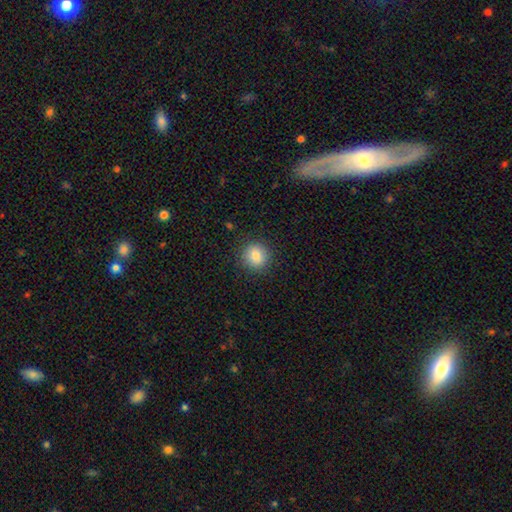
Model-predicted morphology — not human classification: Smooth or featured? smooth (84%)
How rounded? round (88%)
Merging? none (89%)